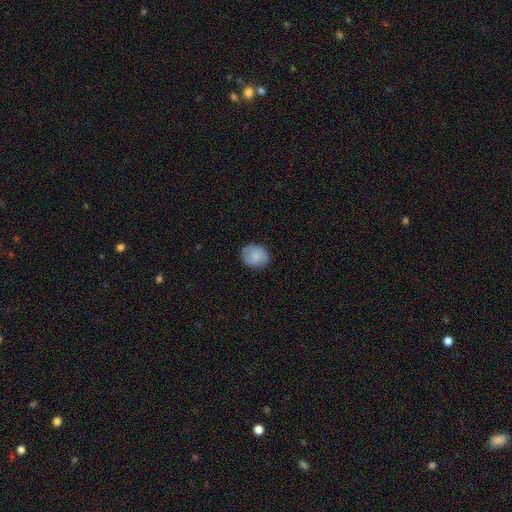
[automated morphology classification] A smooth galaxy with no disk features (71%) that is round (74%).

Vote fractions:
- Smooth or featured? smooth: 71% / featured or disk: 21% / star or artifact: 7%
- How rounded? round: 74% / in between: 25% / cigar-shaped: 1%
- Merging? none: 83% / minor disturbance: 13% / major disturbance: 3% / merger: 1%